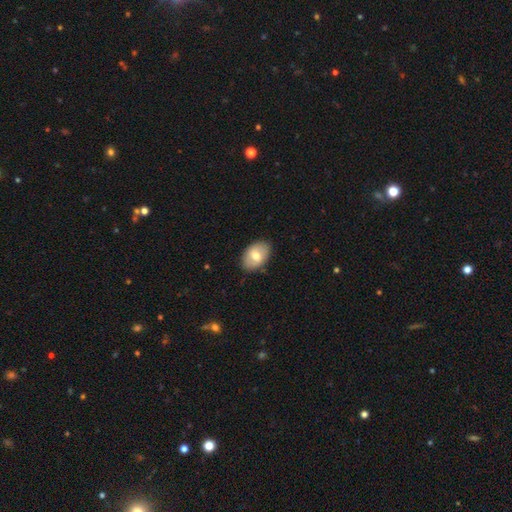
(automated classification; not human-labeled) Morphology: type=smooth (69%); roundness=in between (86%); merging=none (85%).